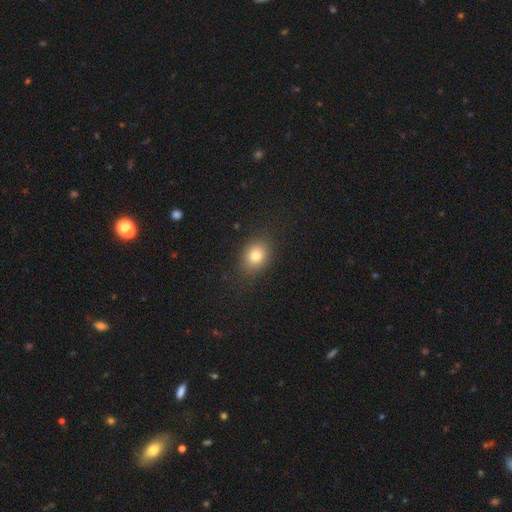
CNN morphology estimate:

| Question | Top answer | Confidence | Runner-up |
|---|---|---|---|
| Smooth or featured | smooth | 79% | star or artifact (12%) |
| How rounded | in between | 53% | round (46%) |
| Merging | none | 85% | minor disturbance (10%) |